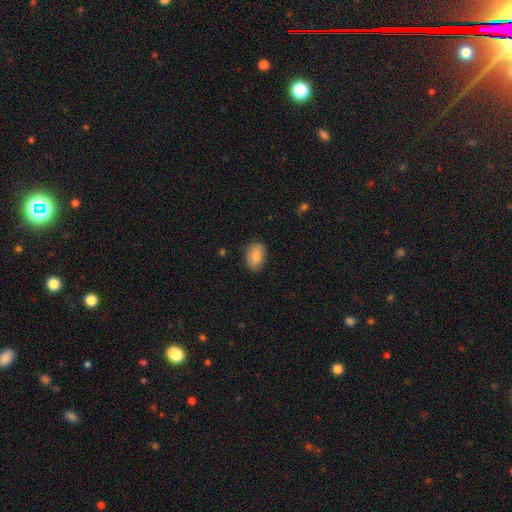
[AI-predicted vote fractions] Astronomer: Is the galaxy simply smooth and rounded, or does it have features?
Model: smooth — 82%.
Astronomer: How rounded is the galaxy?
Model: in between — 85%.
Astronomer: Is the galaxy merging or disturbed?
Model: none — 82%.